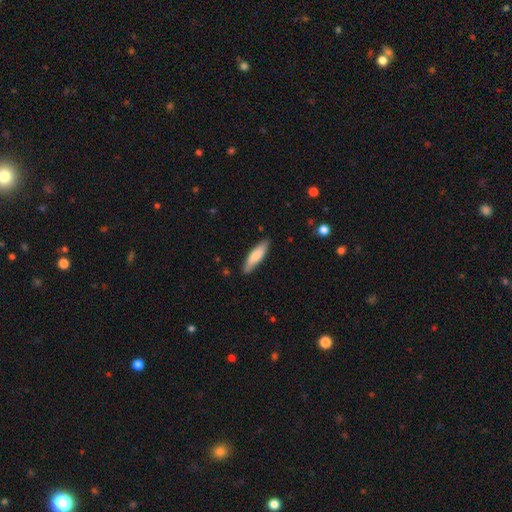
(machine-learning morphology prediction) The model was most divided on "how rounded": cigar-shaped: 65%, in between: 33%, round: 1%. More confident: merging — none (83%); smooth or featured — smooth (72%).